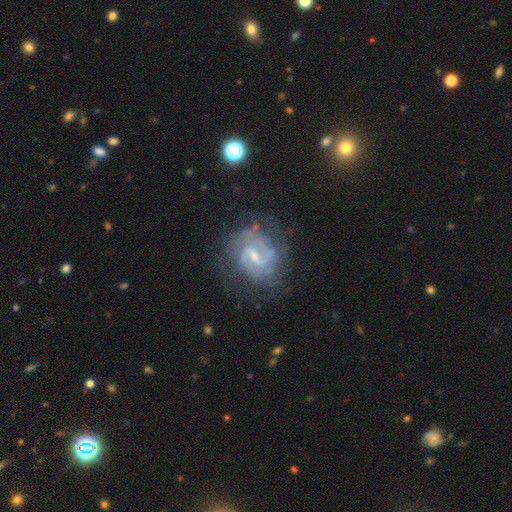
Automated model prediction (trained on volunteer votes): smooth_or_featured: featured or disk (p=0.87) [alt: star or artifact p=0.07]
disk_edge_on: no (p=0.98) [alt: yes p=0.02]
bar: weak (p=0.60) [alt: strong p=0.24]
has_spiral_arms: yes (p=0.96) [alt: no p=0.04]
spiral_winding: medium (p=0.45) [alt: tight p=0.41]
spiral_arm_count: 2 (p=0.67) [alt: can't tell p=0.15]
bulge_size: small (p=0.60) [alt: moderate p=0.24]
merging: none (p=0.71) [alt: minor disturbance p=0.17]